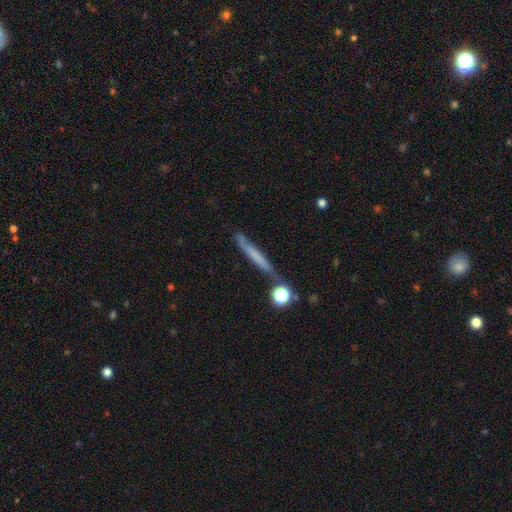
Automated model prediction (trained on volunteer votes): smooth-or-featured: smooth: 52% | featured or disk: 39% | star or artifact: 8%
  how-rounded: cigar-shaped: 92% | in between: 4% | round: 4%
  merging: none: 68% | minor disturbance: 18% | merger: 8% | major disturbance: 6%